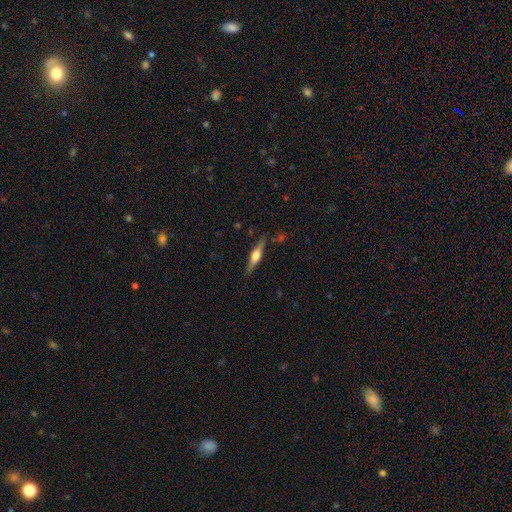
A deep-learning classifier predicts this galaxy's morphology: Q: Smooth or featured?
A: featured or disk (63%); runner-up: smooth (30%)
Q: Edge-on disk?
A: yes (96%); runner-up: no (4%)
Q: Edge-on bulge?
A: rounded (86%); runner-up: boxy (11%)
Q: Merging?
A: none (83%); runner-up: minor disturbance (12%)